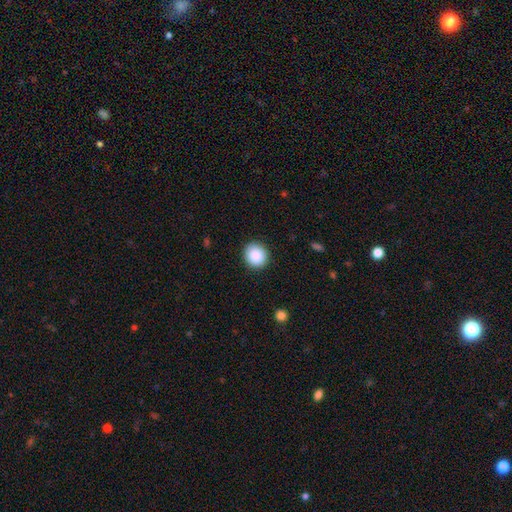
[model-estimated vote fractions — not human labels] Q: Smooth or featured?
A: smooth (88%); runner-up: star or artifact (8%)
Q: How rounded?
A: round (82%); runner-up: in between (17%)
Q: Merging?
A: none (90%); runner-up: minor disturbance (7%)